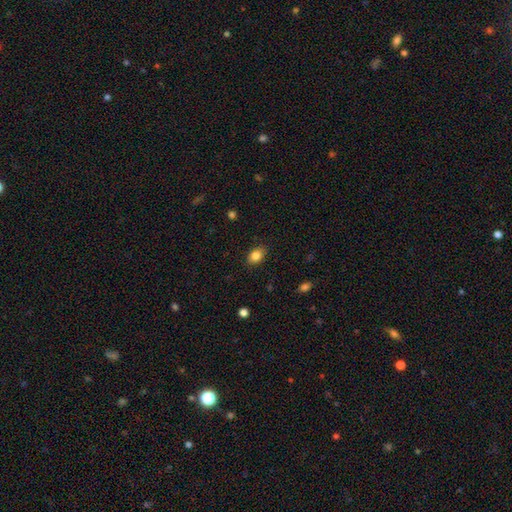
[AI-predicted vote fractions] A smooth galaxy with no disk features (85%) that is in between round and cigar-shaped (80%). Merging: none (87%).